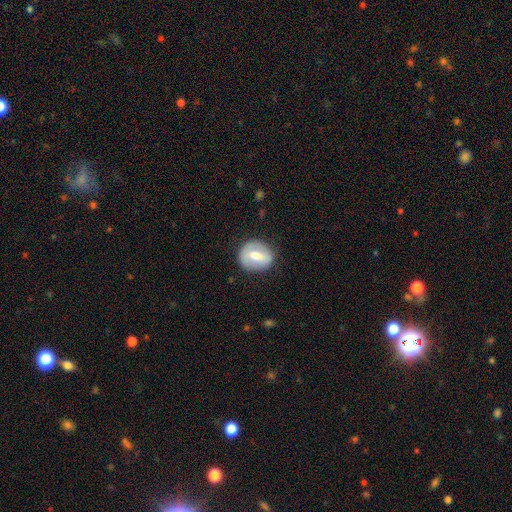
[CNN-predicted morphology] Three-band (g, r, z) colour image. It shows a smooth galaxy with no disk features (57%) that is round (74%). Merging: none (81%).